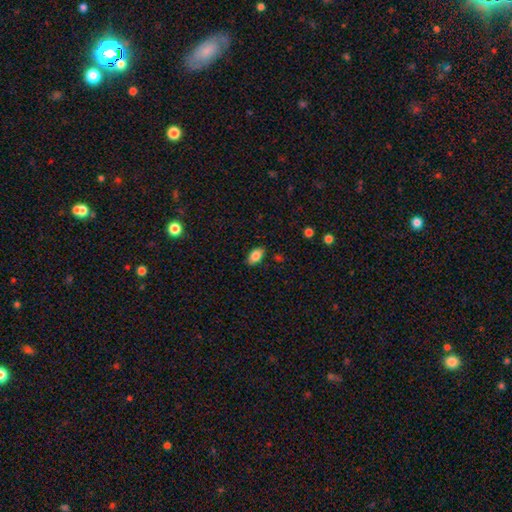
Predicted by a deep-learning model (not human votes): A smooth galaxy with no disk features (84%) that is in between round and cigar-shaped (91%).

Vote fractions:
- Smooth or featured? smooth: 84% / star or artifact: 8% / featured or disk: 7%
- How rounded? in between: 91% / round: 7% / cigar-shaped: 2%
- Merging? none: 87% / minor disturbance: 10% / major disturbance: 2% / merger: 1%